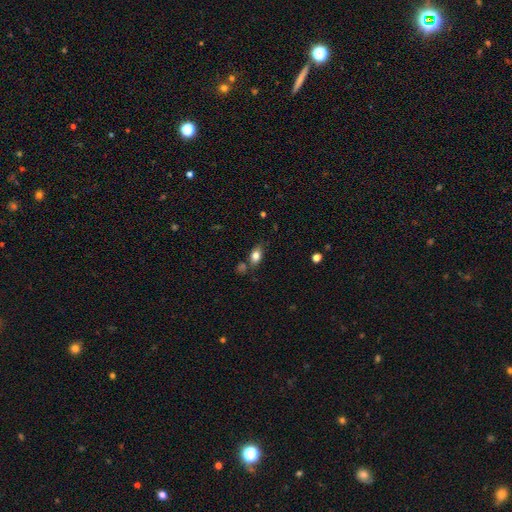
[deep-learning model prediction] This appears to be a smooth galaxy with no disk features (79%) that is in between round and cigar-shaped (82%). Merging: none (71%).